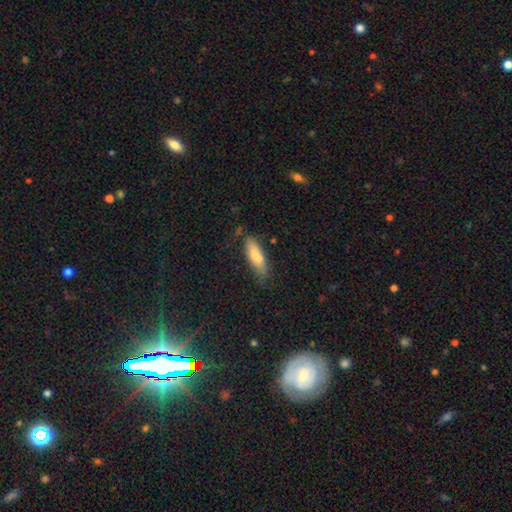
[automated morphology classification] Smooth or featured?
  - smooth: 77% *
  - featured or disk: 17%
  - star or artifact: 6%
How rounded?
  - in between: 51% *
  - cigar-shaped: 47%
  - round: 2%
Merging?
  - none: 71% *
  - minor disturbance: 21%
  - major disturbance: 5%
  - merger: 4%